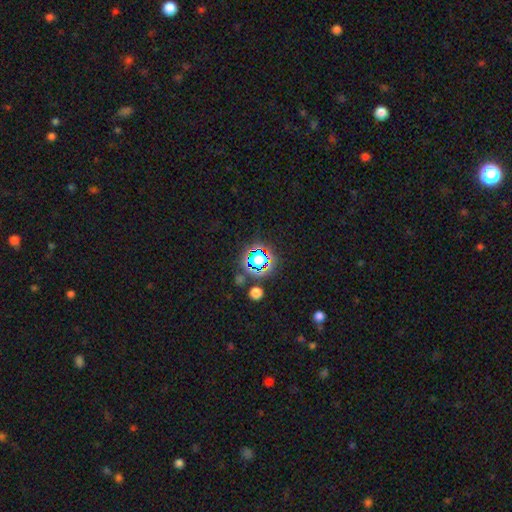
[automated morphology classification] Smooth or featured: star or artifact — 66% (smooth — 24%)